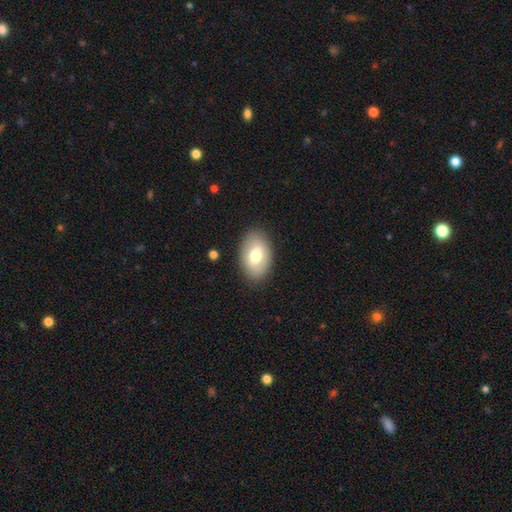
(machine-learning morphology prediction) This appears to be a smooth galaxy with no disk features (69%) that is in between round and cigar-shaped (89%). Merging: none (86%).